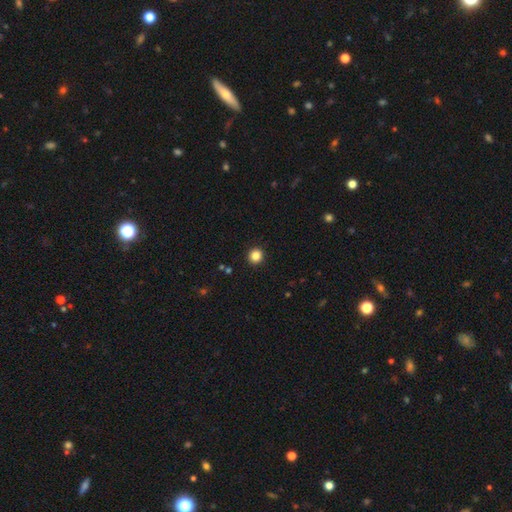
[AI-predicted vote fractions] A smooth galaxy with no disk features (84%) that is round (95%). Merging: none (93%).